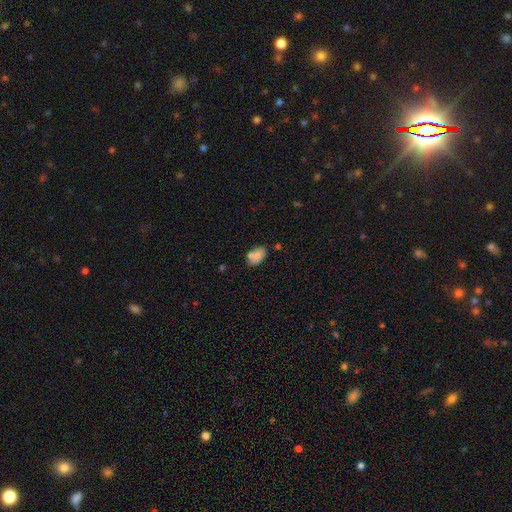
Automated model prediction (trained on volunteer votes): smooth 74%, featured or disk 17%, star or artifact 9%. Down the decision tree: how rounded — in between (89%); merging — none (59%).